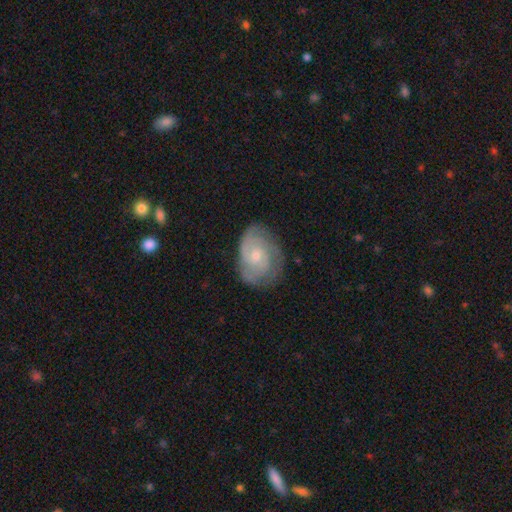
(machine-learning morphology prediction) A featured or disk galaxy (75%) with no bar (71%), 2 (36%) tight (57%) spiral arms (93%) and a small central bulge (60%). Merging: none (69%).